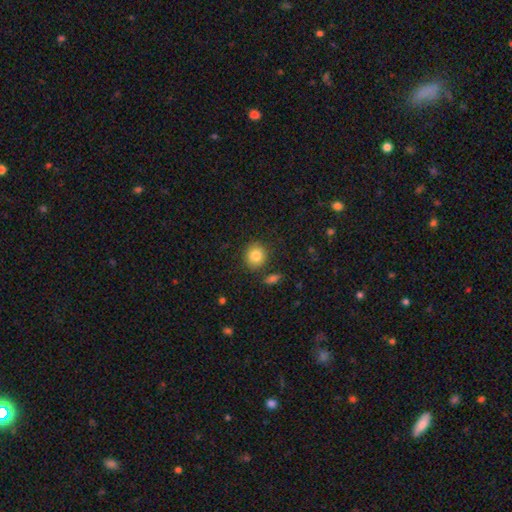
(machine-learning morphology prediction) The model was most divided on "how rounded": round: 85%, in between: 14%, cigar-shaped: 1%. More confident: merging — none (85%); smooth or featured — smooth (84%).